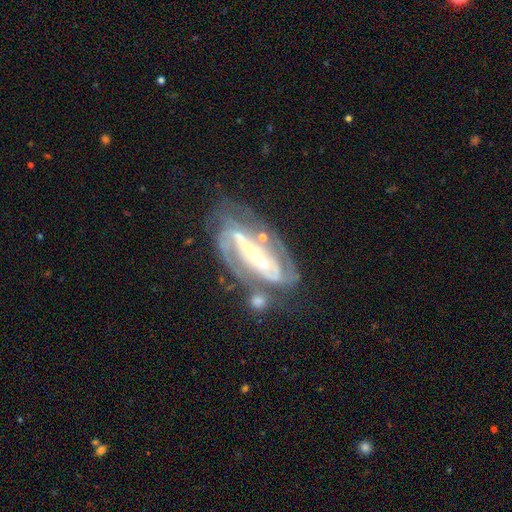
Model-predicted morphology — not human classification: This is clearly a featured or disk galaxy (86%). It is clearly not viewed edge-on (90%). Bar: likely strong (77%). Spiral arm pattern: clearly yes (92%). Spiral arm count: likely 2 (72%). Spiral winding: possibly tight (51%). Central bulge: possibly small (59%). Merging: possibly none (57%).